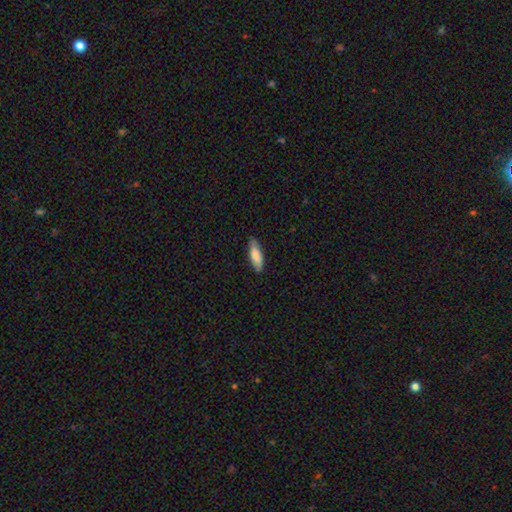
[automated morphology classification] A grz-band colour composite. It shows a smooth galaxy with no disk features (77%) that is cigar-shaped (52%). Merging: none (84%).